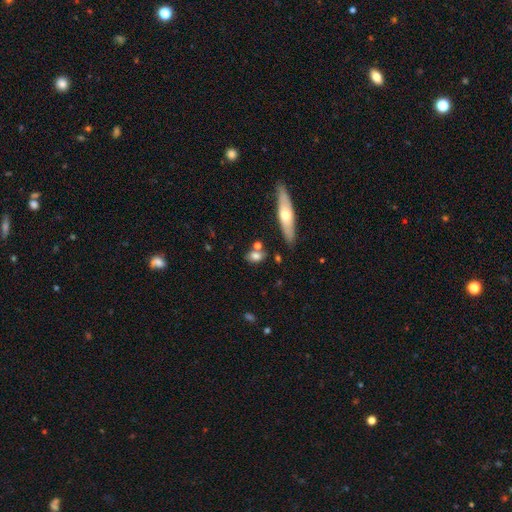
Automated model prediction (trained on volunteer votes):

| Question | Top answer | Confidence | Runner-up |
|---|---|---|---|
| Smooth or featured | smooth | 71% | featured or disk (20%) |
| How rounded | in between | 68% | round (20%) |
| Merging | none | 64% | merger (16%) |